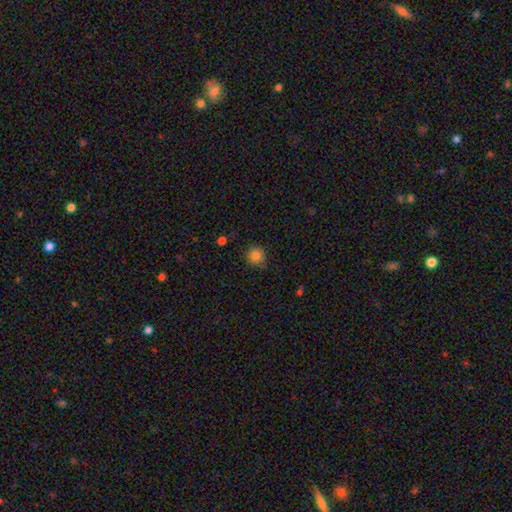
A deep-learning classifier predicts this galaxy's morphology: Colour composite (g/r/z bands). It shows a smooth galaxy with no disk features (83%) that is round (90%). Merging: none (82%).